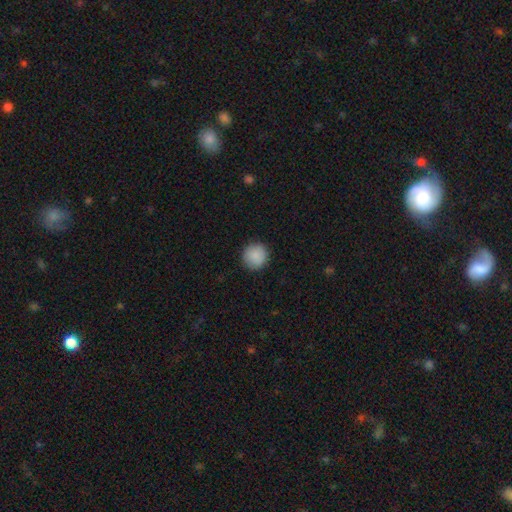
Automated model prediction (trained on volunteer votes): Smooth or featured? smooth (89%)
How rounded? round (95%)
Merging? none (91%)